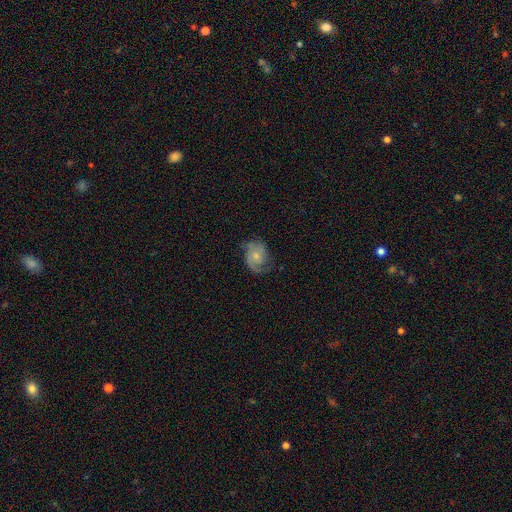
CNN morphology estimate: This is likely a featured or disk galaxy (64%). It is clearly not viewed edge-on (97%). Bar: likely no (74%). Spiral arm pattern: clearly yes (89%). Spiral arm count: possibly 2 (58%). Spiral winding: marginally medium (42%). Central bulge: possibly small (53%). Merging: possibly none (57%).